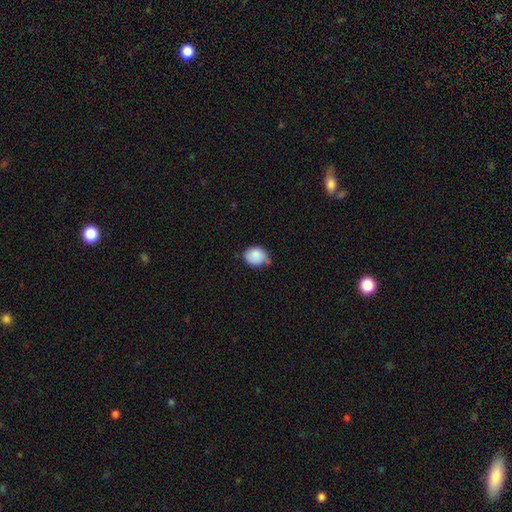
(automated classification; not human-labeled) Overall: smooth (85%). How rounded: round (56%; in between 43%). Merging: none (50%; minor disturbance 39%).